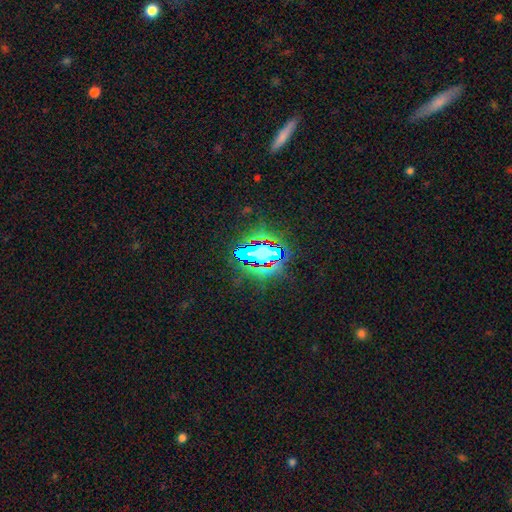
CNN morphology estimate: This appears to be a star or artifact, not a galaxy (79%).